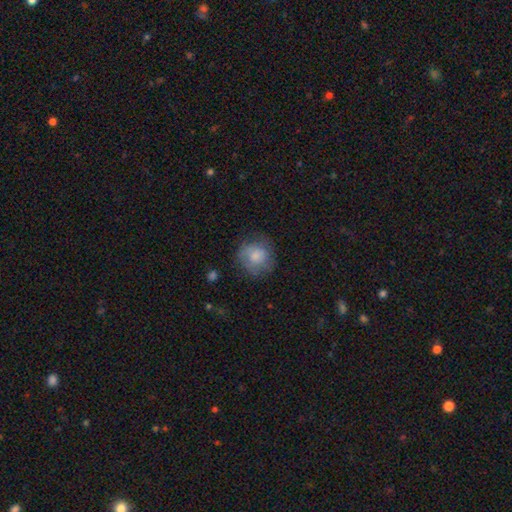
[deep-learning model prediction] This appears to be a smooth galaxy with no disk features (73%) that is round (87%). Merging: none (66%).